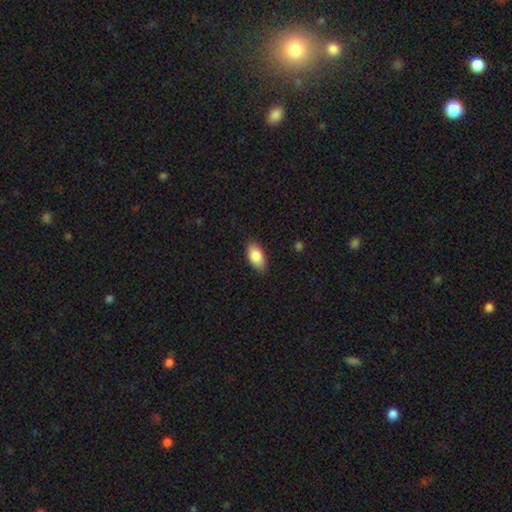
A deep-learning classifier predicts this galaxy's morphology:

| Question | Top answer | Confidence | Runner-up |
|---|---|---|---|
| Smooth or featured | smooth | 85% | featured or disk (9%) |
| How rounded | in between | 92% | cigar-shaped (4%) |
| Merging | none | 86% | minor disturbance (11%) |